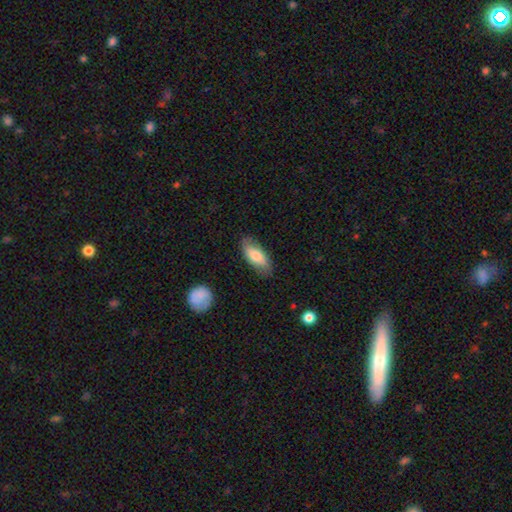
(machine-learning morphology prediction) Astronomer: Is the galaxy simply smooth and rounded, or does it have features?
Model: smooth — 73%.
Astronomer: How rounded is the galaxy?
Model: in between — 83%.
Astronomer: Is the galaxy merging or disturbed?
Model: none — 76%.